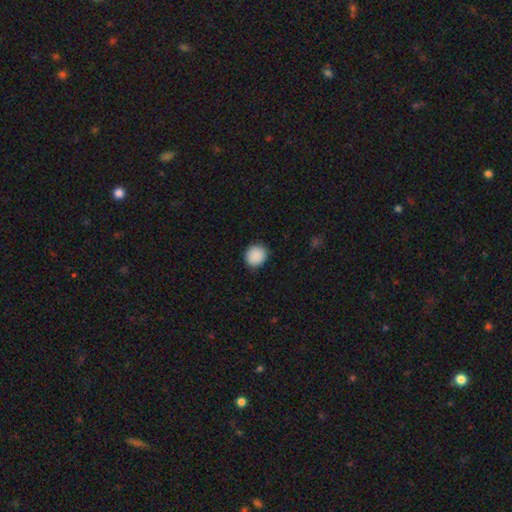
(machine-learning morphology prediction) Overall: smooth (90%). How rounded: round (87%). Merging: none (89%).